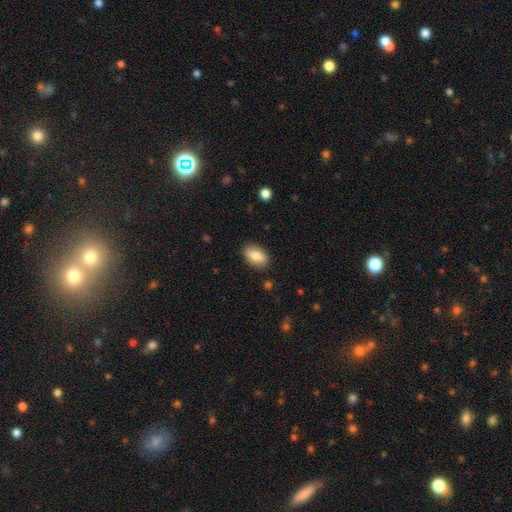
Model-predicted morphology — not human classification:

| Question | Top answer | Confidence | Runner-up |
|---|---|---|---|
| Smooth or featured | smooth | 83% | featured or disk (10%) |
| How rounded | in between | 89% | round (9%) |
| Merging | none | 86% | minor disturbance (10%) |